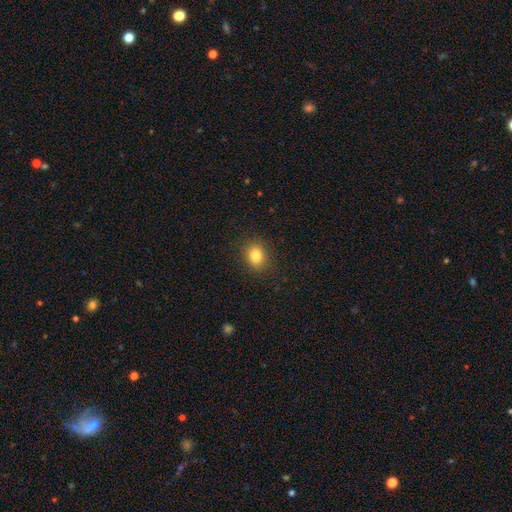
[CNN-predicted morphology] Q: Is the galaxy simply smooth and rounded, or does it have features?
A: smooth — 82%.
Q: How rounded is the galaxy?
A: in between — 51%.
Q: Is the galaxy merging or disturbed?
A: none — 88%.